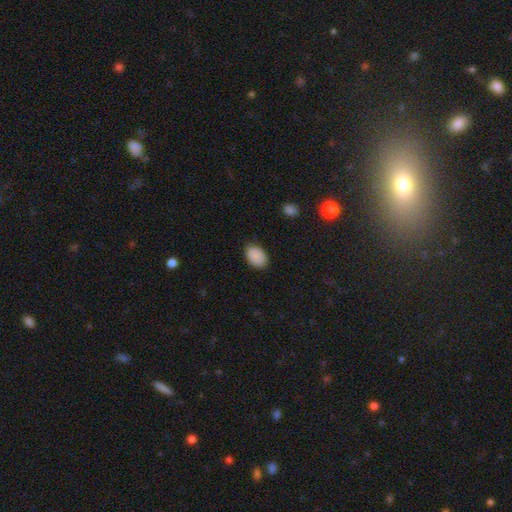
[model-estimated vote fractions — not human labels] The model was most divided on "merging": none: 84%, minor disturbance: 13%, major disturbance: 3%, merger: 1%. More confident: smooth or featured — smooth (89%); how rounded — in between (86%).